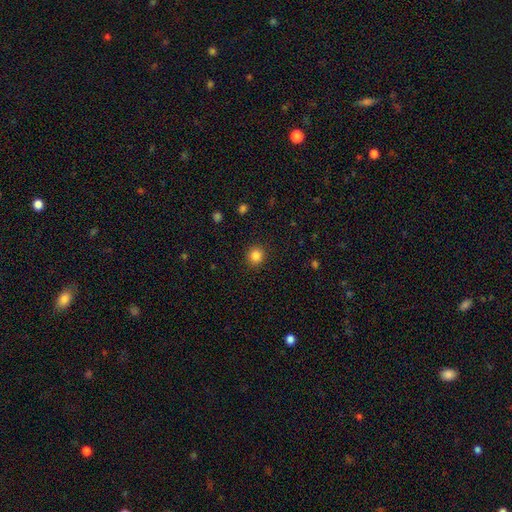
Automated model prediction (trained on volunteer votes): Overall: smooth (85%). How rounded: round (88%). Merging: none (91%).